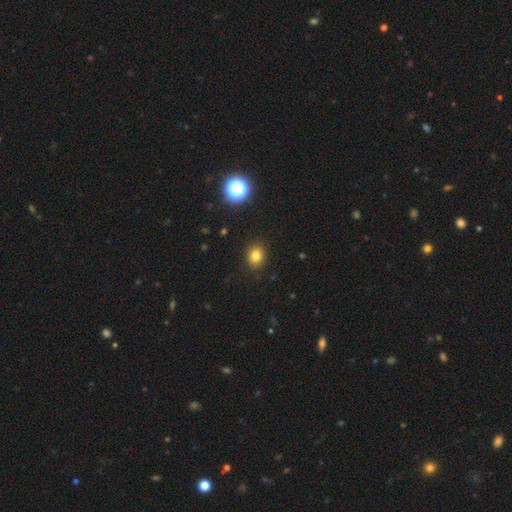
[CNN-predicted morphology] Q: Smooth or featured?
A: smooth (80%); runner-up: star or artifact (14%)
Q: How rounded?
A: round (63%); runner-up: in between (36%)
Q: Merging?
A: none (89%); runner-up: minor disturbance (7%)